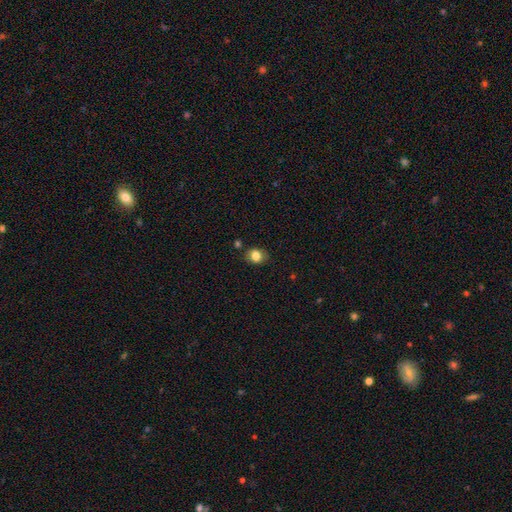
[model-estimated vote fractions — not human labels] Q: Smooth or featured?
A: smooth (82%); runner-up: star or artifact (10%)
Q: How rounded?
A: round (59%); runner-up: in between (40%)
Q: Merging?
A: none (81%); runner-up: minor disturbance (12%)